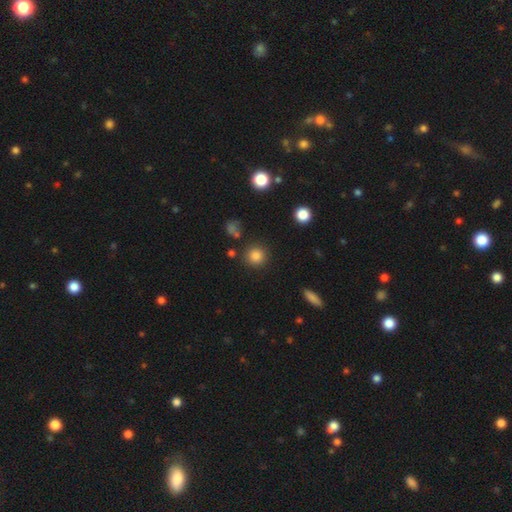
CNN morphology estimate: Smooth or featured: smooth — 83% (star or artifact — 12%)
How rounded: round — 93% (in between — 6%)
Merging: none — 86% (minor disturbance — 7%)